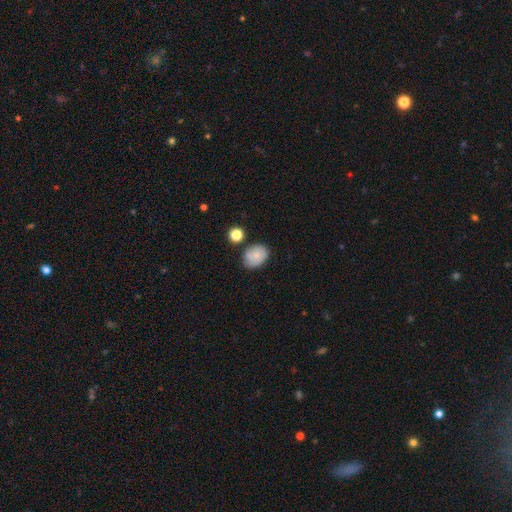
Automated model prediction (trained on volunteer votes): This appears to be a smooth galaxy with no disk features (76%) that is in between round and cigar-shaped (62%). Merging: none (72%).